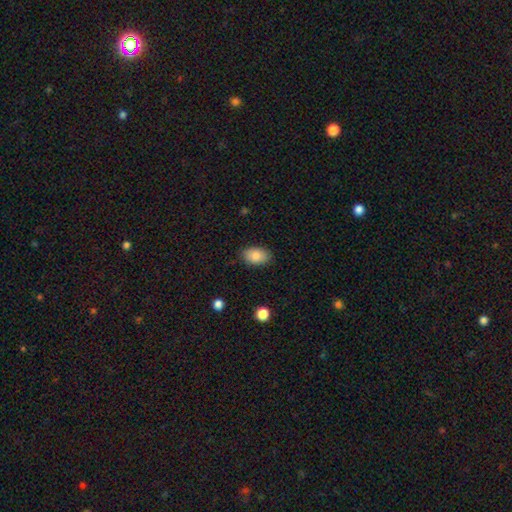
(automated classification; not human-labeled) Smooth or featured?
  - smooth: 86% *
  - star or artifact: 7%
  - featured or disk: 7%
How rounded?
  - in between: 89% *
  - round: 10%
  - cigar-shaped: 1%
Merging?
  - none: 85% *
  - minor disturbance: 11%
  - major disturbance: 3%
  - merger: 1%